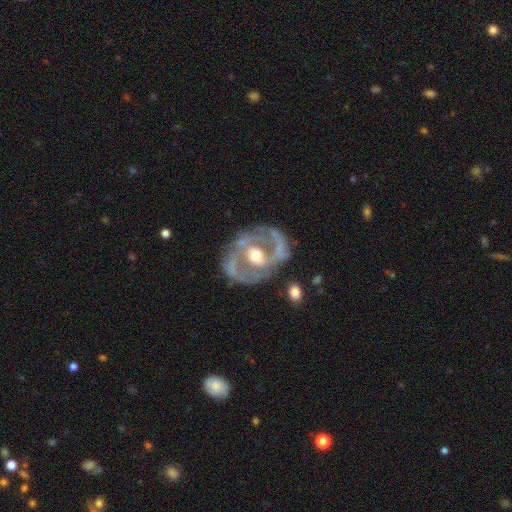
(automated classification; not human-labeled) Smooth or featured: featured or disk — 85% (smooth — 10%)
Edge-on disk: no — 97% (yes — 3%)
Bar: no — 39% (weak — 38%)
Spiral arms: yes — 81% (no — 19%)
Spiral winding: medium — 48% (tight — 32%)
Spiral arm count: 2 — 70% (can't tell — 13%)
Bulge size: moderate — 73% (small — 17%)
Merging: none — 64% (minor disturbance — 19%)